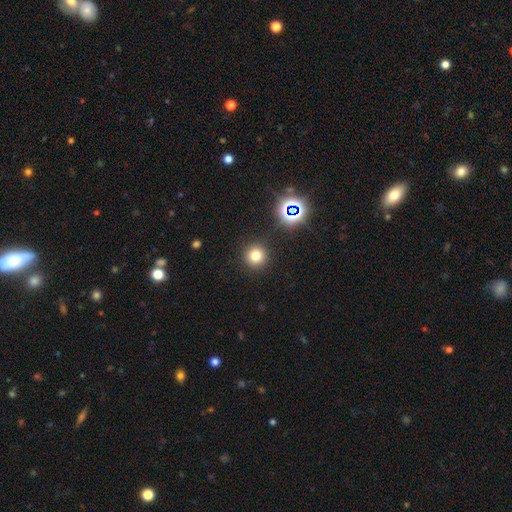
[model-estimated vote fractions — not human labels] Smooth or featured? Predicted: smooth (p=0.75). How rounded? Predicted: round (p=0.94). Merging? Predicted: none (p=0.90).